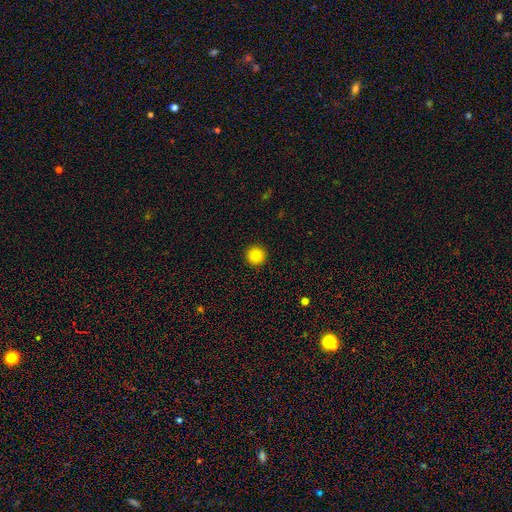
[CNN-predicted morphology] Q: Smooth or featured?
A: smooth (83%); runner-up: star or artifact (11%)
Q: How rounded?
A: round (96%); runner-up: in between (3%)
Q: Merging?
A: none (94%); runner-up: minor disturbance (4%)